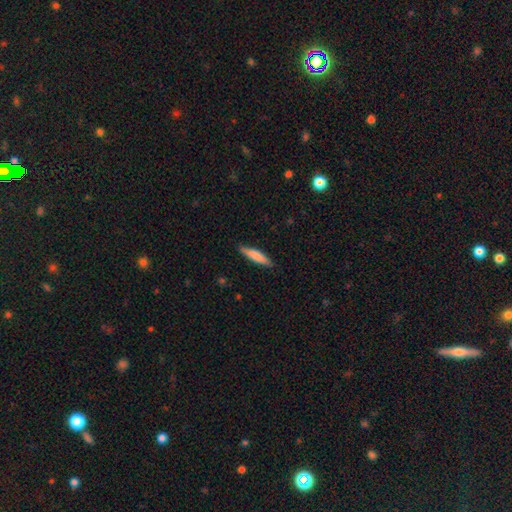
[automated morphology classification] smooth_or_featured: smooth (p=0.77) [alt: featured or disk p=0.18]
how_rounded: cigar-shaped (p=0.84) [alt: in between p=0.14]
merging: none (p=0.87) [alt: minor disturbance p=0.10]